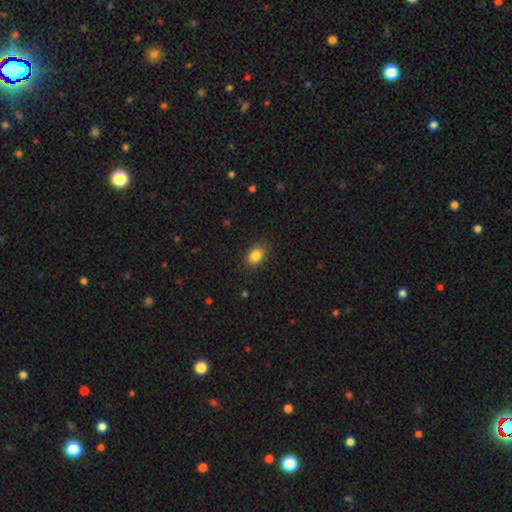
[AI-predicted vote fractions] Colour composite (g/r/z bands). It shows a smooth galaxy with no disk features (85%) that is in between round and cigar-shaped (77%). Merging: none (84%).